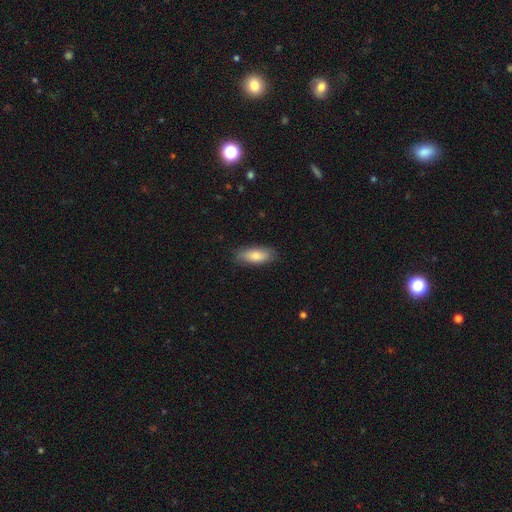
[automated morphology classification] Smooth or featured? smooth (82%)
How rounded? in between (77%)
Merging? none (85%)